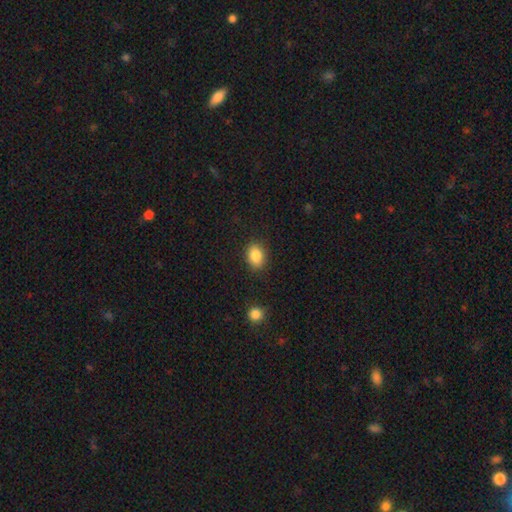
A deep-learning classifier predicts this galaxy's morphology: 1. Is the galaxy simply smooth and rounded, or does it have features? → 85% smooth, 9% star or artifact, 6% featured or disk.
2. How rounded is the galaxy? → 71% in between, 28% round, 1% cigar-shaped.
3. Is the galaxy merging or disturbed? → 86% none, 10% minor disturbance, 3% major disturbance, 2% merger.